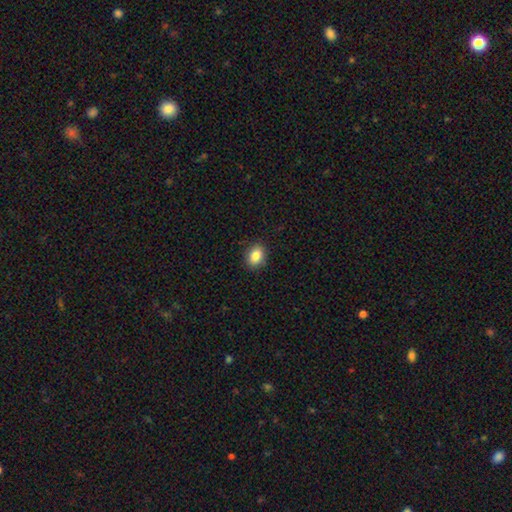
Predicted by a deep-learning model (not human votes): smooth-or-featured: smooth: 85% | star or artifact: 9% | featured or disk: 6%
  how-rounded: in between: 62% | round: 37% | cigar-shaped: 1%
  merging: none: 89% | minor disturbance: 8% | major disturbance: 2% | merger: 1%